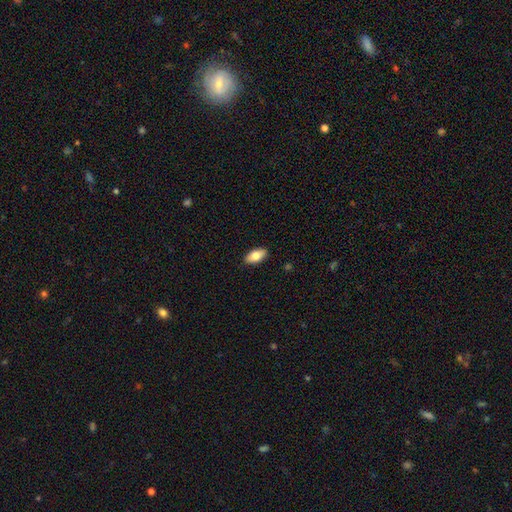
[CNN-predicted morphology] Smooth or featured?
  - smooth: 78% *
  - featured or disk: 15%
  - star or artifact: 7%
How rounded?
  - in between: 91% *
  - cigar-shaped: 6%
  - round: 3%
Merging?
  - none: 89% *
  - minor disturbance: 8%
  - major disturbance: 2%
  - merger: 1%